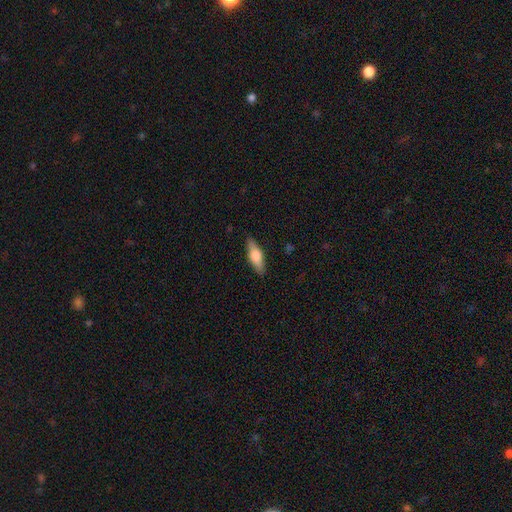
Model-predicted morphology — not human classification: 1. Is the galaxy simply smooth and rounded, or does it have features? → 62% smooth, 32% featured or disk, 6% star or artifact.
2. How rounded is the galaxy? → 54% in between, 43% cigar-shaped, 3% round.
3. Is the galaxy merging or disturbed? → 87% none, 10% minor disturbance, 2% major disturbance, 1% merger.